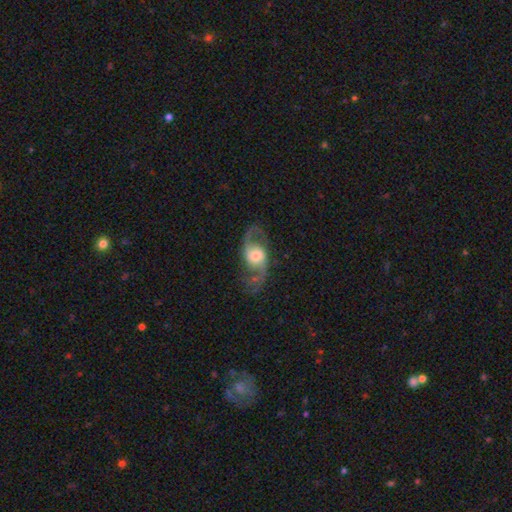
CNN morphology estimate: A featured or disk galaxy (86%) with no bar (56%), 2 (94%) loose (57%) spiral arms (95%) and a moderate central bulge (57%).

Vote fractions:
- Smooth or featured? featured or disk: 86% / smooth: 9% / star or artifact: 5%
- Edge-on disk? no: 96% / yes: 4%
- Bar? no: 56% / weak: 33% / strong: 11%
- Spiral arms? yes: 95% / no: 5%
- Spiral winding? loose: 57% / medium: 37% / tight: 7%
- Spiral arm count? 2: 94% / can't tell: 2% / 1: 2% / 3: 1% / 4: 1% / more than 4: 1%
- Bulge size? moderate: 57% / small: 20% / large: 18% / dominant: 3% / none: 2%
- Merging? none: 77% / minor disturbance: 12% / major disturbance: 9% / merger: 1%